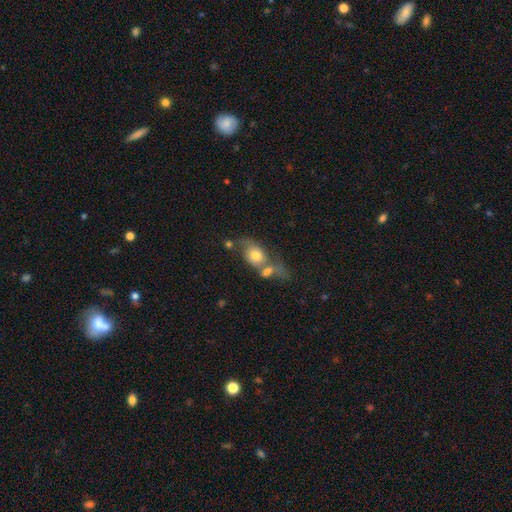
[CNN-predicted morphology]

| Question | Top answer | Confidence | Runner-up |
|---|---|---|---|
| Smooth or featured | smooth | 68% | featured or disk (23%) |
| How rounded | in between | 68% | round (29%) |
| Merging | merger | 53% | none (26%) |